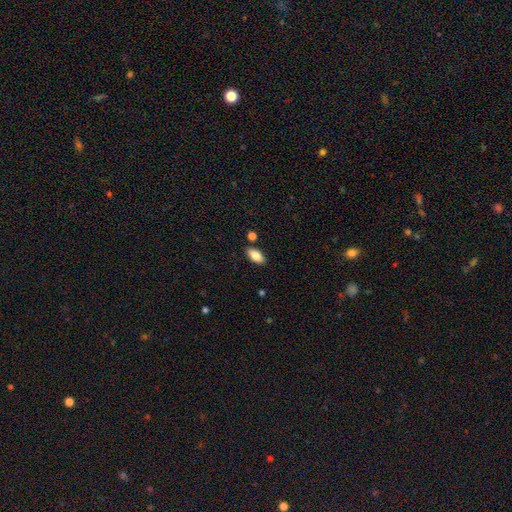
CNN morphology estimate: Q: Smooth or featured?
A: smooth (83%); runner-up: featured or disk (11%)
Q: How rounded?
A: in between (91%); runner-up: cigar-shaped (6%)
Q: Merging?
A: none (85%); runner-up: minor disturbance (9%)